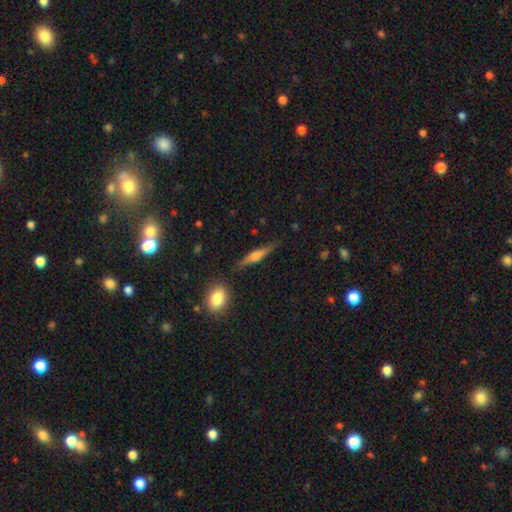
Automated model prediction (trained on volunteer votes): smooth_or_featured: featured or disk (p=0.58) [alt: smooth p=0.35]
disk_edge_on: yes (p=0.95) [alt: no p=0.05]
edge_on_bulge: rounded (p=0.80) [alt: boxy p=0.13]
merging: none (p=0.83) [alt: minor disturbance p=0.11]